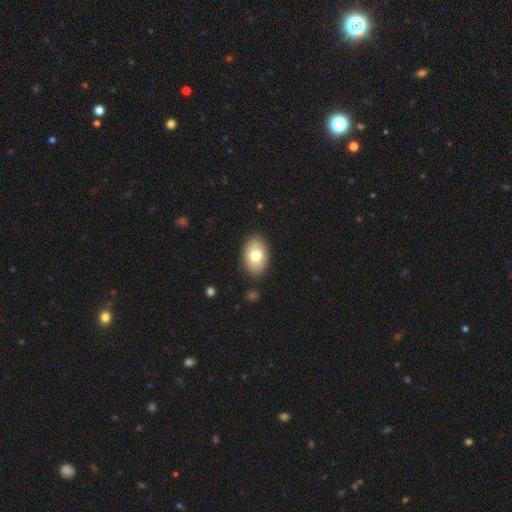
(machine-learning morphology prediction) smooth_or_featured: smooth (p=0.75) [alt: featured or disk p=0.18]
how_rounded: in between (p=0.88) [alt: round p=0.10]
merging: none (p=0.88) [alt: minor disturbance p=0.09]